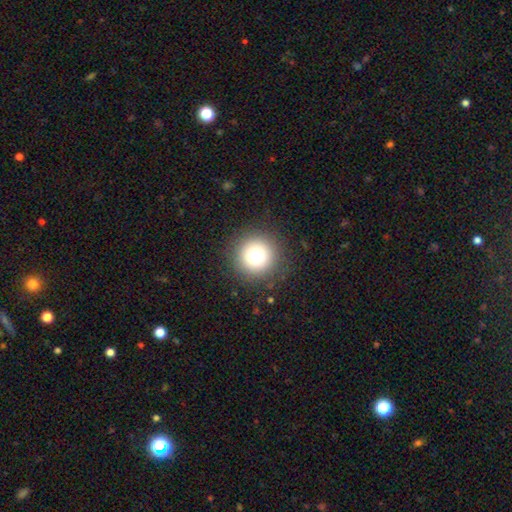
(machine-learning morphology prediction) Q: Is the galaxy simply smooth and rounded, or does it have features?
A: smooth — 75%.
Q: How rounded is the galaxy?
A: round — 96%.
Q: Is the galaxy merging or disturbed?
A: none — 90%.